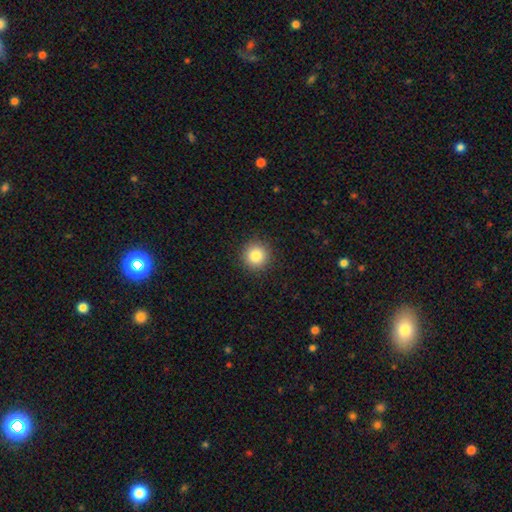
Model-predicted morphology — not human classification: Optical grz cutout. It shows a smooth galaxy with no disk features (84%) that is round (95%). Merging: none (92%).